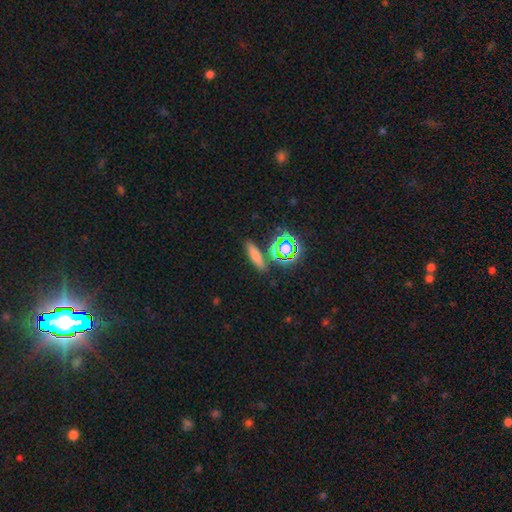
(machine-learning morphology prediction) type=smooth (67%); roundness=cigar-shaped (66%); merging=none (82%).